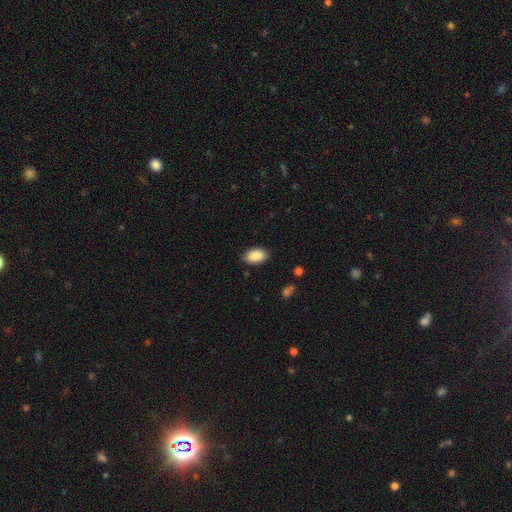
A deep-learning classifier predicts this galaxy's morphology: type=smooth (88%); roundness=in between (93%); merging=none (85%).